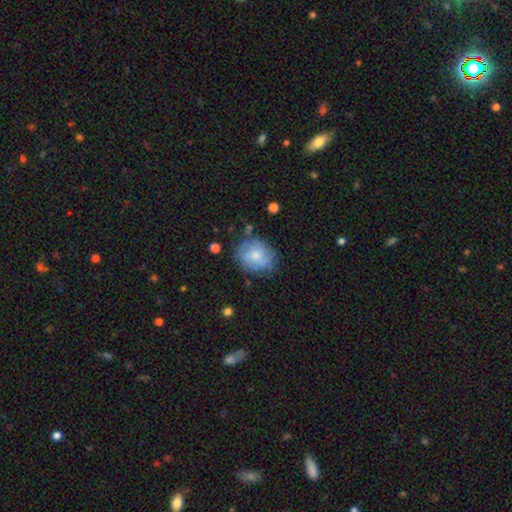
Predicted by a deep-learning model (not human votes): smooth-or-featured: smooth: 48% | featured or disk: 44% | star or artifact: 8%
  merging: none: 64% | minor disturbance: 23% | major disturbance: 10% | merger: 3%